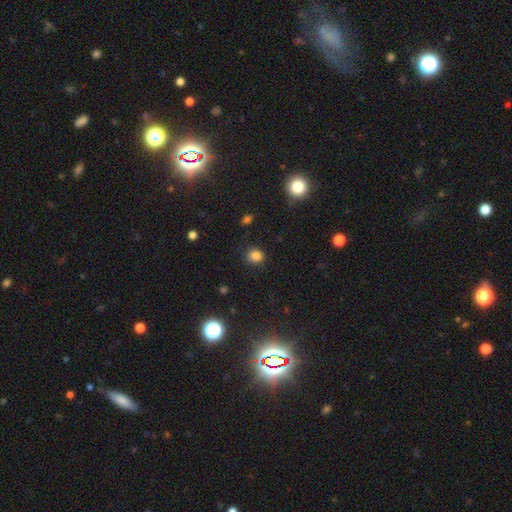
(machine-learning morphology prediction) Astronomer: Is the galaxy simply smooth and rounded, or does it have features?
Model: smooth — 83%.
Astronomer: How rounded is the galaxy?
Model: round — 73%.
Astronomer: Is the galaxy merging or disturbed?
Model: none — 85%.